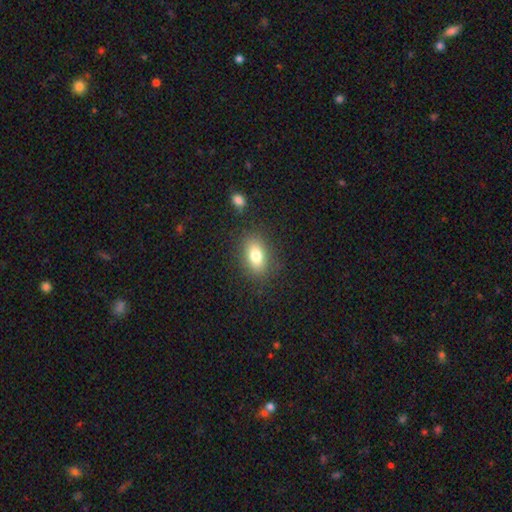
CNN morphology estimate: This appears to be a smooth galaxy with no disk features (79%) that is in between round and cigar-shaped (83%). Merging: none (84%).